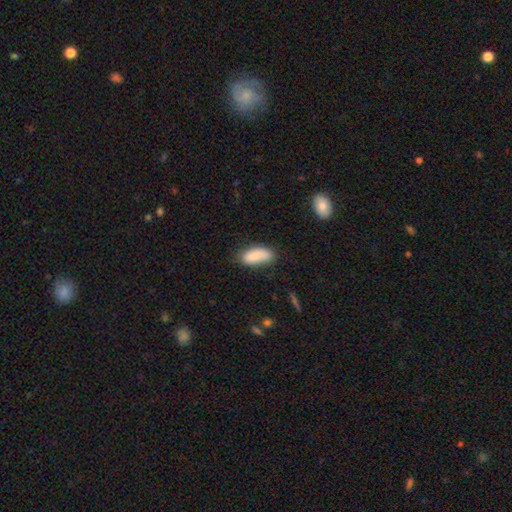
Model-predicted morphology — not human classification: smooth 82%, featured or disk 11%, star or artifact 7%. Down the decision tree: how rounded — in between (86%); merging — none (65%).